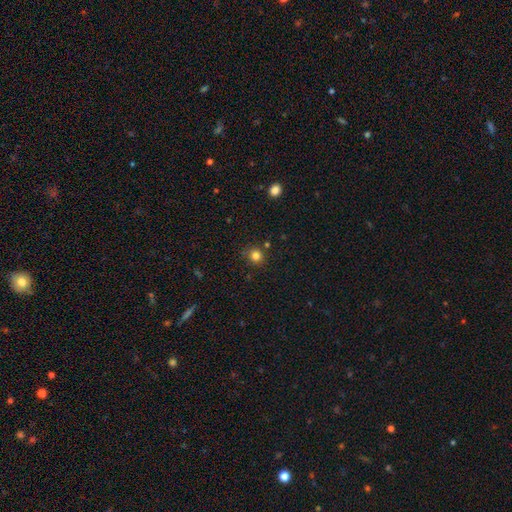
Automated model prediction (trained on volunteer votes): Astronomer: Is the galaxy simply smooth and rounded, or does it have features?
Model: smooth — 82%.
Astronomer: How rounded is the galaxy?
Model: round — 89%.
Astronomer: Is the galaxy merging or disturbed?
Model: none — 82%.